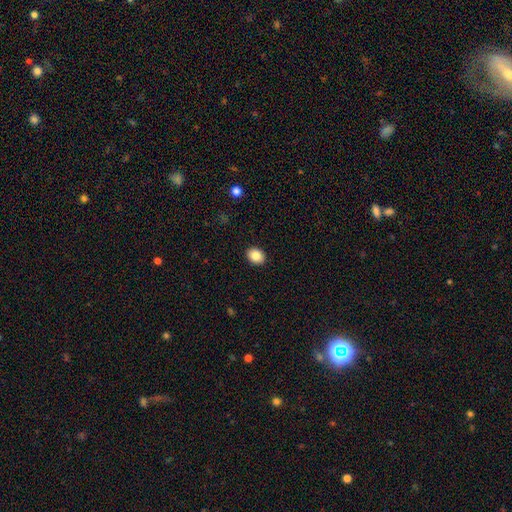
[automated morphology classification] Q: Smooth or featured?
A: smooth (85%); runner-up: star or artifact (9%)
Q: How rounded?
A: in between (55%); runner-up: round (44%)
Q: Merging?
A: none (91%); runner-up: minor disturbance (6%)